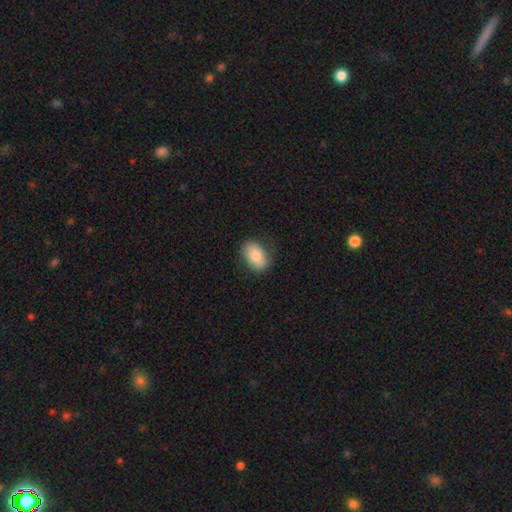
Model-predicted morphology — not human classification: smooth-or-featured: smooth: 79% | featured or disk: 14% | star or artifact: 7%
  how-rounded: in between: 85% | round: 14% | cigar-shaped: 1%
  merging: none: 80% | minor disturbance: 15% | major disturbance: 4% | merger: 1%